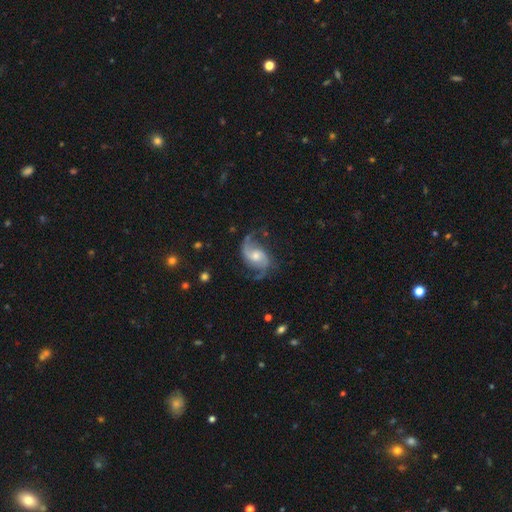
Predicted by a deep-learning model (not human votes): The model was most divided on "spiral winding": loose: 49%, medium: 41%, tight: 11%. More confident: edge-on disk — no (98%); spiral arms — yes (97%); spiral arm count — 2 (89%); smooth or featured — featured or disk (87%); merging — none (67%); bulge size — moderate (57%); bar — no (55%).